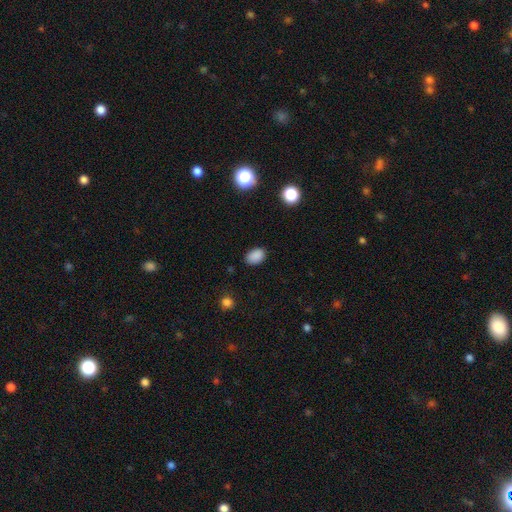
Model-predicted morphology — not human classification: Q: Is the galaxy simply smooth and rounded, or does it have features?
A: smooth — 87%.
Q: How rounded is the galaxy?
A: in between — 81%.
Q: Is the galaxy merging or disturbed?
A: none — 83%.